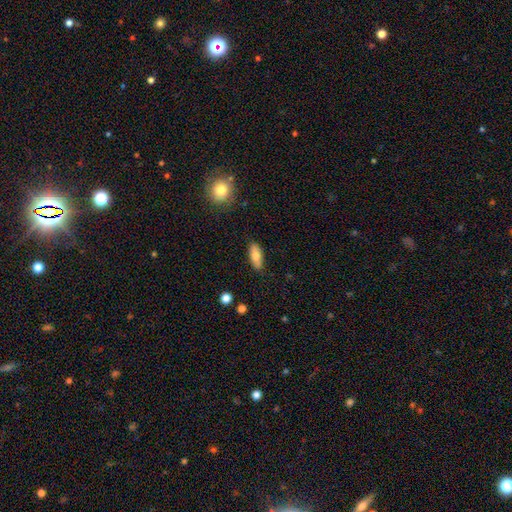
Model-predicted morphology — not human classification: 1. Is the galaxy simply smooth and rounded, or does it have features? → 78% smooth, 15% featured or disk, 7% star or artifact.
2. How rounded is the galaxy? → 74% in between, 23% cigar-shaped, 2% round.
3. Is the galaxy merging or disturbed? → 87% none, 10% minor disturbance, 2% major disturbance, 1% merger.